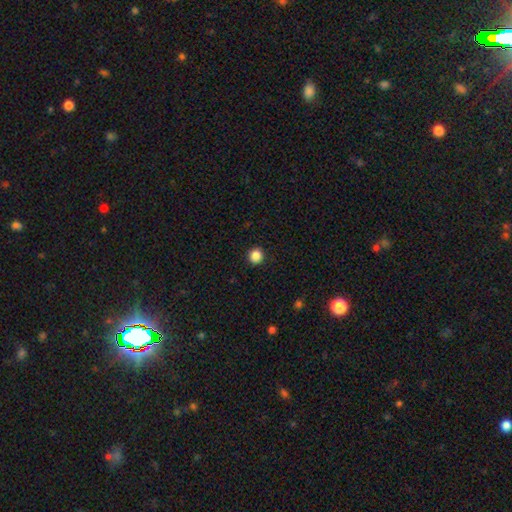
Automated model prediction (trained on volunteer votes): Morphology: type=smooth (87%); roundness=round (93%); merging=none (93%).